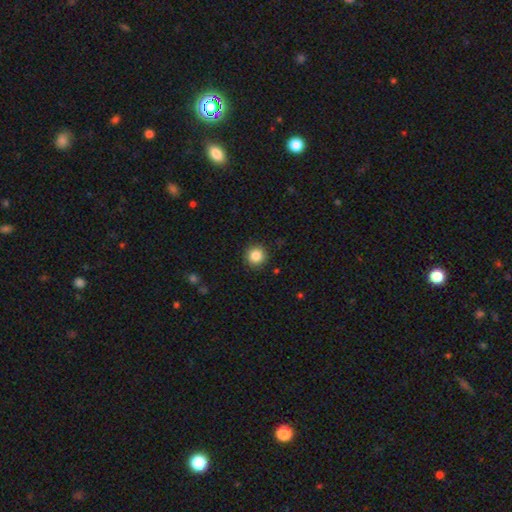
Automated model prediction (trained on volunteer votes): Smooth or featured? Predicted: smooth (p=0.85). How rounded? Predicted: round (p=0.95). Merging? Predicted: none (p=0.90).